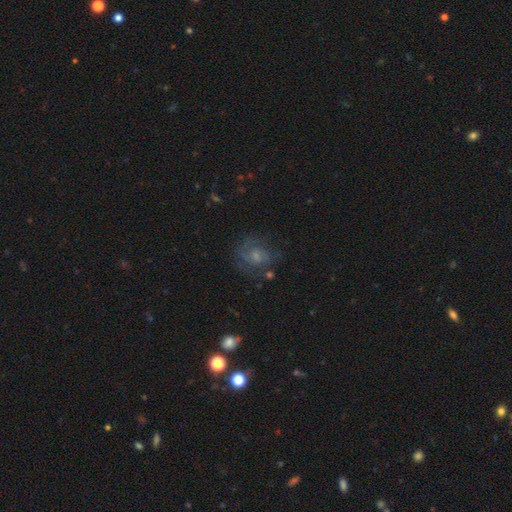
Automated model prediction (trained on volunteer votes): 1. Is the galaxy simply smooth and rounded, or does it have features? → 56% featured or disk, 29% smooth, 15% star or artifact.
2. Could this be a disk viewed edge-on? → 97% no, 3% yes.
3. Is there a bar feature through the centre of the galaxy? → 61% no, 33% weak, 5% strong.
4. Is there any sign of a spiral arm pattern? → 79% yes, 21% no.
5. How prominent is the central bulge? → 45% small, 32% moderate, 17% none, 5% large, 1% dominant.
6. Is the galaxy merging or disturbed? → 61% none, 20% minor disturbance, 16% major disturbance, 3% merger.